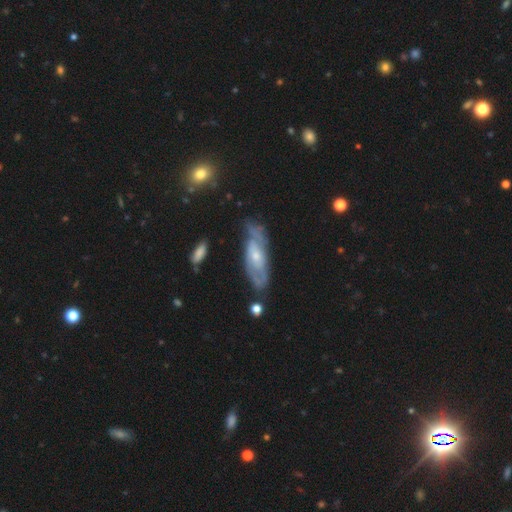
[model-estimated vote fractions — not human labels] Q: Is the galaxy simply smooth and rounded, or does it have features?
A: featured or disk — 73%.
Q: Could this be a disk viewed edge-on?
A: no — 83%.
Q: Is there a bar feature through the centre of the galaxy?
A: no — 65%.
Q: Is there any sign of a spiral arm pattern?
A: yes — 81%.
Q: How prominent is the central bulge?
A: small — 62%.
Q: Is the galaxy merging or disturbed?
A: none — 70%.